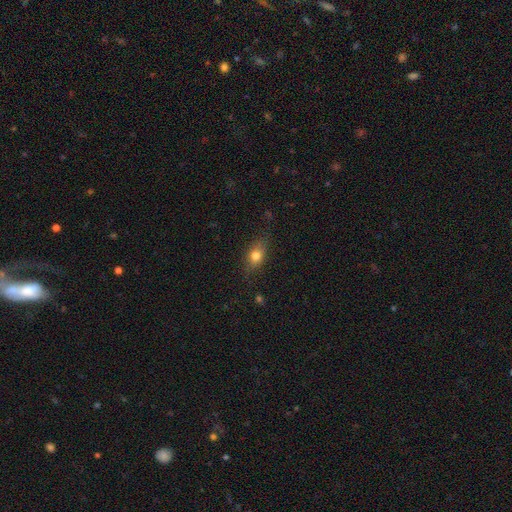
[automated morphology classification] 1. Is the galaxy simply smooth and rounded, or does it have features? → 72% smooth, 18% featured or disk, 11% star or artifact.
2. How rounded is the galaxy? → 69% in between, 20% round, 11% cigar-shaped.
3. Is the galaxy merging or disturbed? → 78% none, 16% minor disturbance, 4% major disturbance, 1% merger.